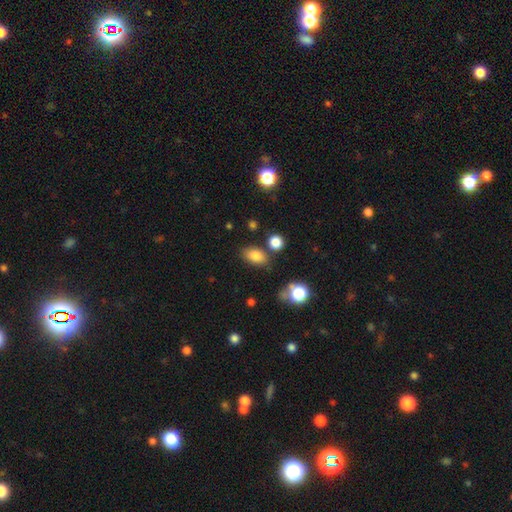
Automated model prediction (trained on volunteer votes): smooth-or-featured: smooth: 82% | star or artifact: 11% | featured or disk: 8%
  how-rounded: in between: 85% | round: 13% | cigar-shaped: 2%
  merging: none: 75% | minor disturbance: 14% | merger: 7% | major disturbance: 4%